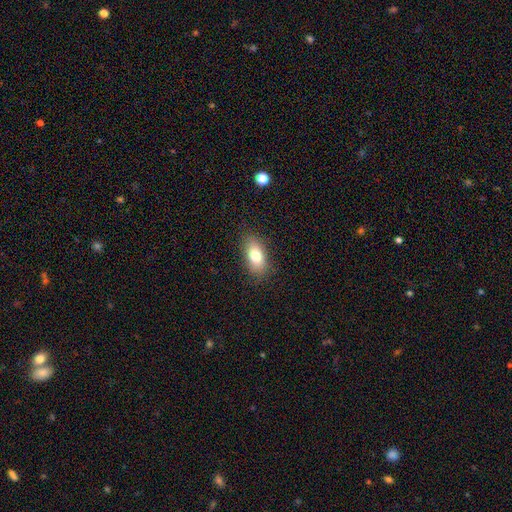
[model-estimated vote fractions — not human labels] A smooth galaxy with no disk features (77%) that is in between round and cigar-shaped (86%). Merging: none (84%).